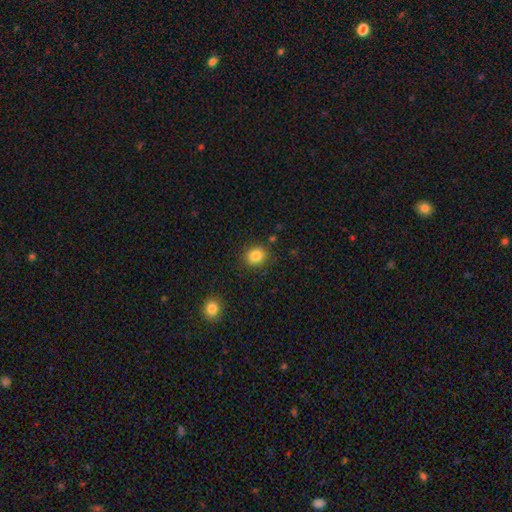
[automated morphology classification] This appears to be a smooth galaxy with no disk features (84%) that is round (71%). Merging: none (86%).